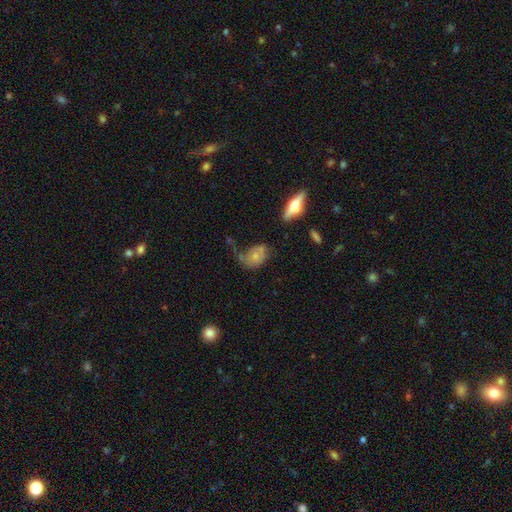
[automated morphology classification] This is possibly a smooth galaxy (57%). How rounded: likely in between (73%). Merging: marginally none (35%).